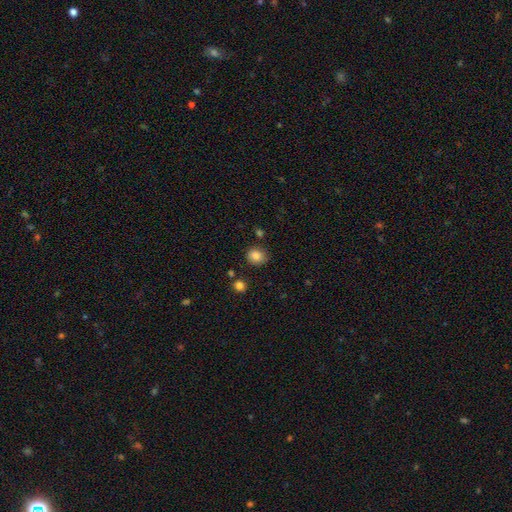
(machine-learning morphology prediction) Smooth or featured?
  - smooth: 85% *
  - star or artifact: 10%
  - featured or disk: 5%
How rounded?
  - round: 72% *
  - in between: 27%
  - cigar-shaped: 1%
Merging?
  - none: 80% *
  - minor disturbance: 13%
  - merger: 3%
  - major disturbance: 3%